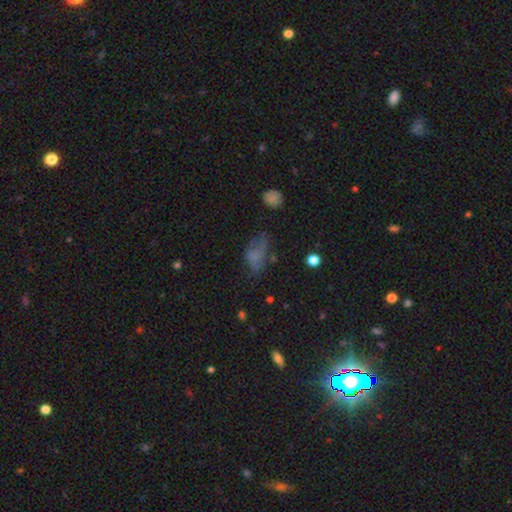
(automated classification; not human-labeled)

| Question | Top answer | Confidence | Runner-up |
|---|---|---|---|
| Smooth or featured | smooth | 59% | star or artifact (20%) |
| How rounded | in between | 84% | round (10%) |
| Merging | none | 38% | major disturbance (29%) |